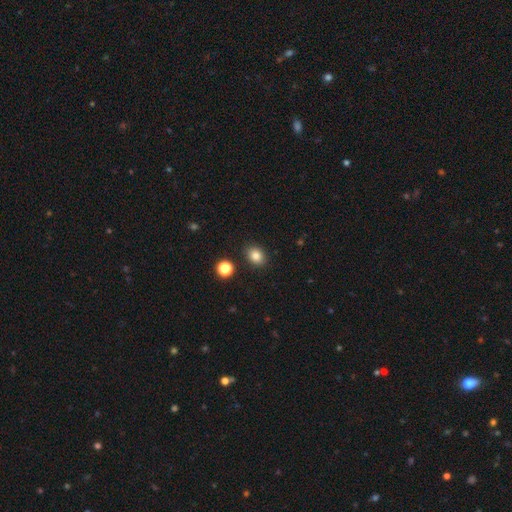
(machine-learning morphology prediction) This appears to be a smooth galaxy with no disk features (84%) that is in between round and cigar-shaped (54%). Merging: none (87%).